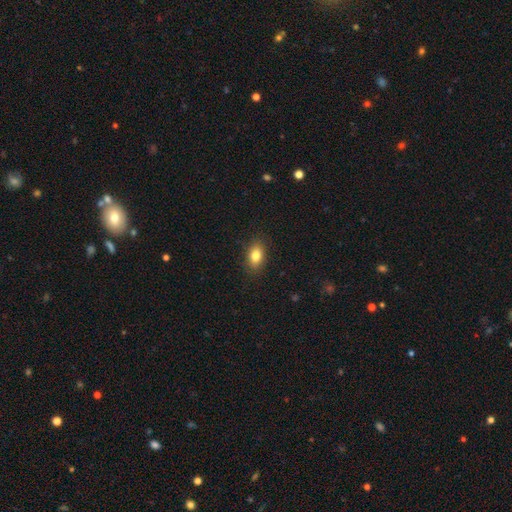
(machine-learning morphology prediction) Smooth or featured?
  - smooth: 82% *
  - featured or disk: 9%
  - star or artifact: 9%
How rounded?
  - in between: 84% *
  - round: 13%
  - cigar-shaped: 2%
Merging?
  - none: 87% *
  - minor disturbance: 9%
  - major disturbance: 2%
  - merger: 1%